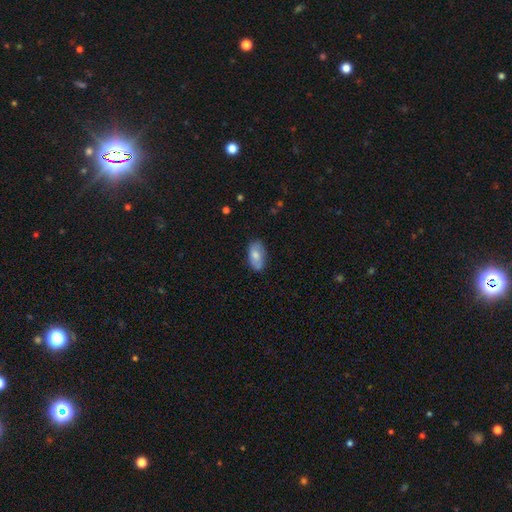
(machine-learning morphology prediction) Overall: smooth (72%). How rounded: in between (93%). Merging: none (73%).